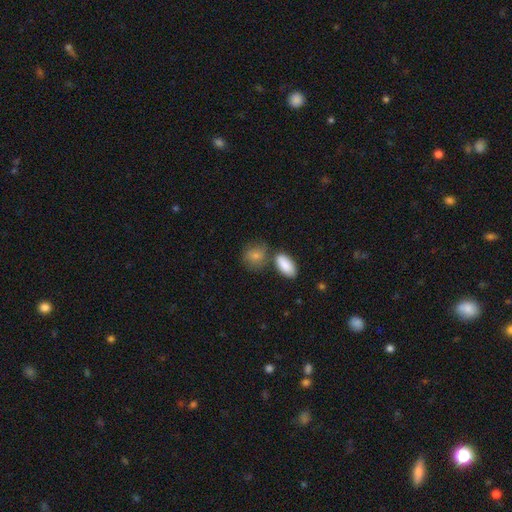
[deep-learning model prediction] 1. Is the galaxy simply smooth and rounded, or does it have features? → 83% smooth, 10% featured or disk, 8% star or artifact.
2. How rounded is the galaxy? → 50% round, 48% in between, 3% cigar-shaped.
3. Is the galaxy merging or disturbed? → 55% none, 24% merger, 16% minor disturbance, 5% major disturbance.